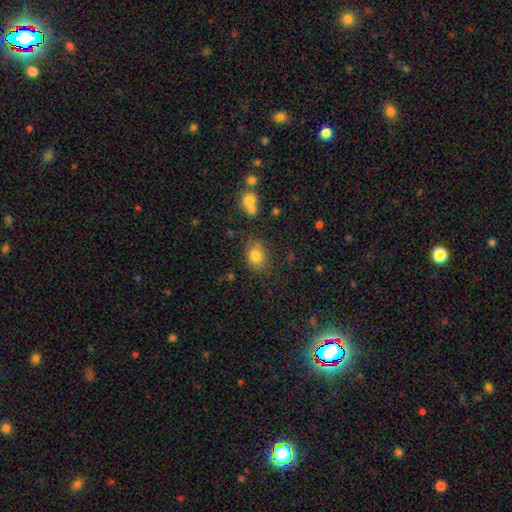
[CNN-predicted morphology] The model was most divided on "how rounded": round: 54%, in between: 45%, cigar-shaped: 1%. More confident: smooth or featured — smooth (80%); merging — none (72%).